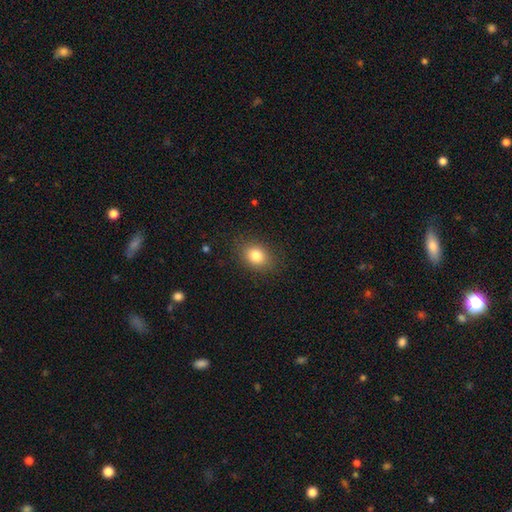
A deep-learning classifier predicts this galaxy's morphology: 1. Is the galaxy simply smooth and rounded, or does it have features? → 82% smooth, 10% star or artifact, 8% featured or disk.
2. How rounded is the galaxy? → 58% in between, 41% round, 1% cigar-shaped.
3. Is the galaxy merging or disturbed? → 85% none, 10% minor disturbance, 3% major disturbance, 1% merger.